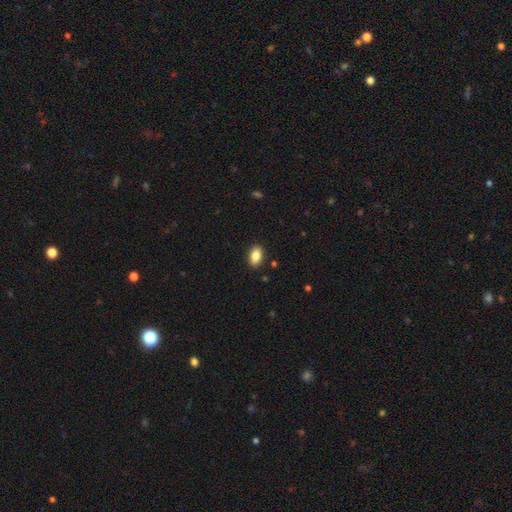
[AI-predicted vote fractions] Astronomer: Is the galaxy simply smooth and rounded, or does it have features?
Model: smooth — 85%.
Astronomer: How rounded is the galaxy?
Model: in between — 89%.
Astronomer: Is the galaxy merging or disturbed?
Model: none — 89%.